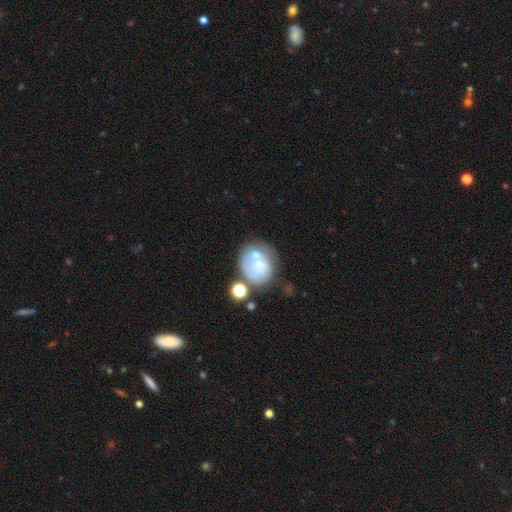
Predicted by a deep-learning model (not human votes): Overall: featured or disk (46%; smooth 43%). Merging: none (38%; merger 30%).